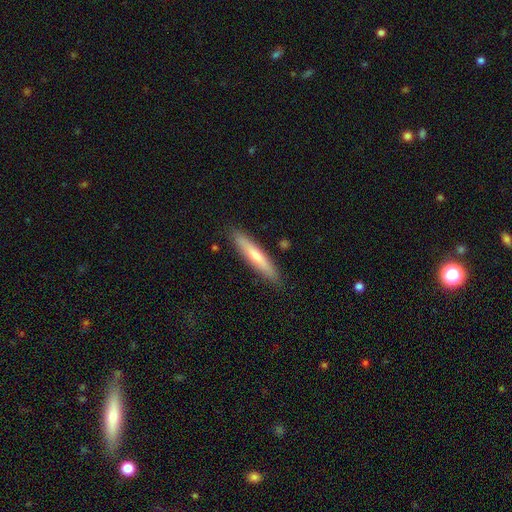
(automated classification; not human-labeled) Smooth or featured? Predicted: smooth (p=0.63). How rounded? Predicted: cigar-shaped (p=0.91). Merging? Predicted: none (p=0.88).